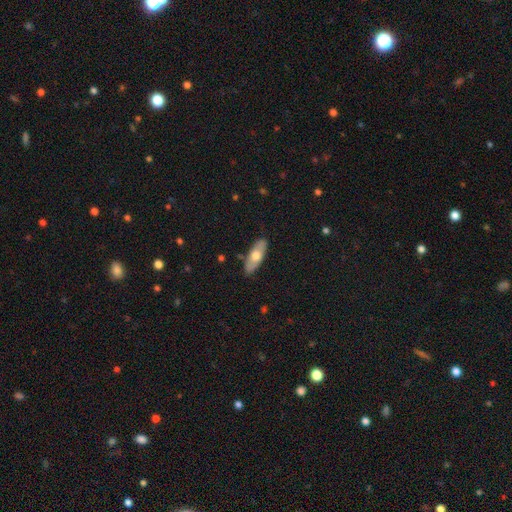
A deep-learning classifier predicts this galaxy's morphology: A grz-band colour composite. It shows a smooth galaxy with no disk features (60%) that is in between round and cigar-shaped (69%). Merging: none (86%).